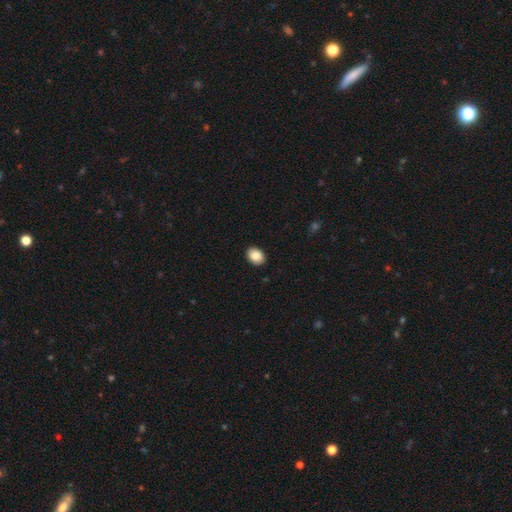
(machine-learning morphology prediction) This appears to be a smooth galaxy with no disk features (87%) that is in between round and cigar-shaped (70%). Merging: none (90%).